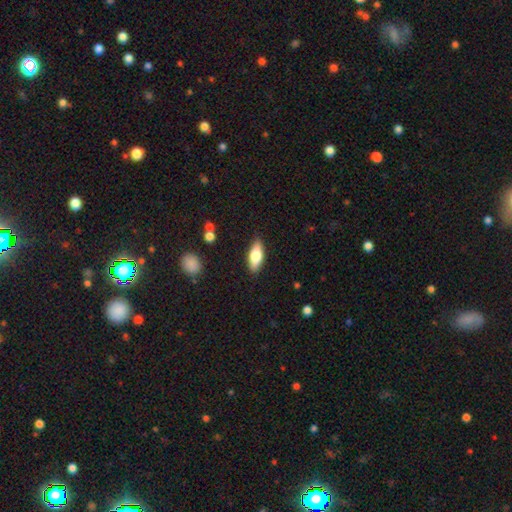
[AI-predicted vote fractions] The model was most divided on "smooth or featured": smooth: 71%, featured or disk: 23%, star or artifact: 6%. More confident: merging — none (86%); how rounded — in between (75%).